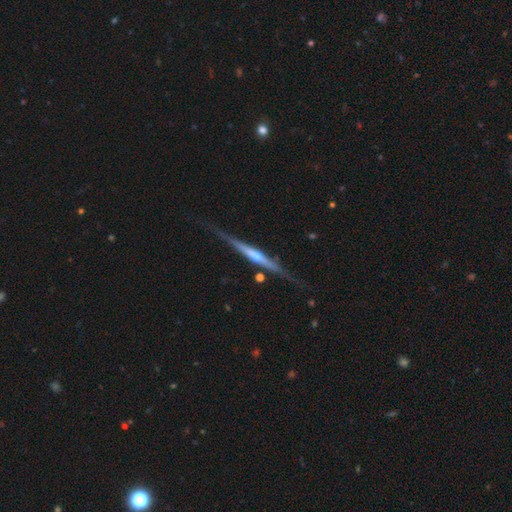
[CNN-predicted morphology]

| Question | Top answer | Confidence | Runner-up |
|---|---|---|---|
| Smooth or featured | featured or disk | 81% | smooth (13%) |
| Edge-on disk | yes | 97% | no (3%) |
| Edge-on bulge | rounded | 69% | none (22%) |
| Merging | none | 79% | minor disturbance (15%) |